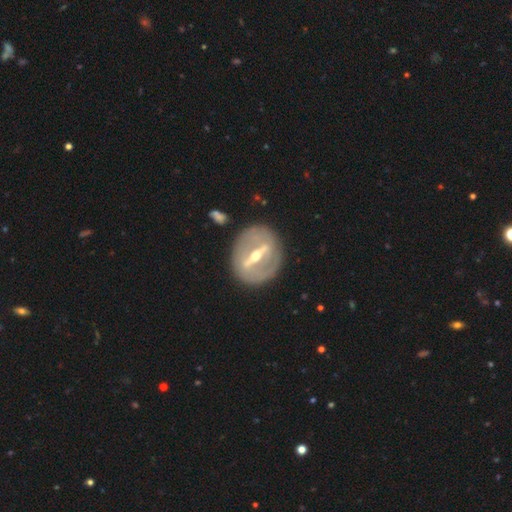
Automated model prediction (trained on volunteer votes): Q: Smooth or featured?
A: featured or disk (81%); runner-up: smooth (13%)
Q: Edge-on disk?
A: no (78%); runner-up: yes (22%)
Q: Bar?
A: strong (80%); runner-up: weak (15%)
Q: Spiral arms?
A: no (68%); runner-up: yes (32%)
Q: Bulge size?
A: moderate (60%); runner-up: small (35%)
Q: Merging?
A: none (83%); runner-up: minor disturbance (11%)